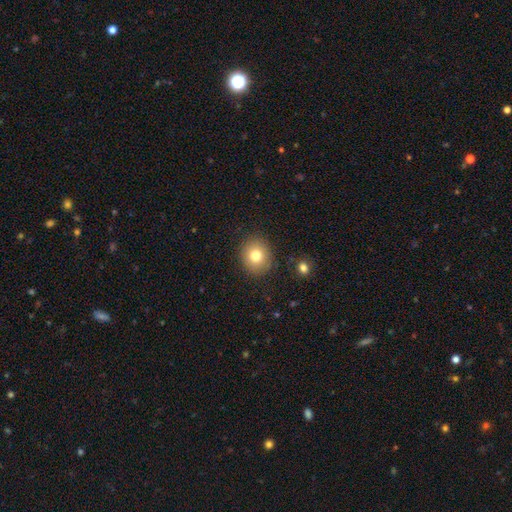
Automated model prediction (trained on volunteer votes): Smooth or featured? smooth (78%)
How rounded? round (79%)
Merging? none (89%)